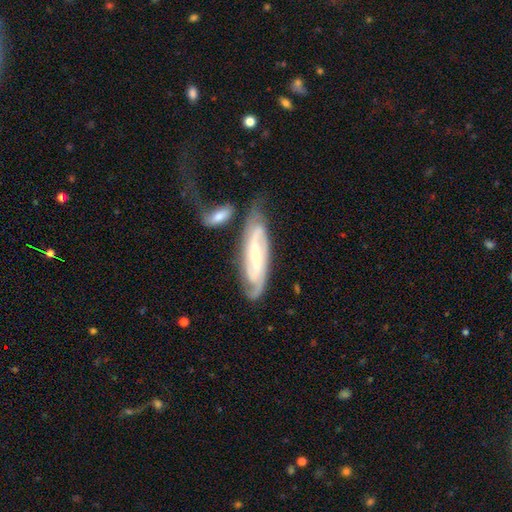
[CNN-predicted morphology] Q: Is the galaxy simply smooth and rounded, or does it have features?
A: featured or disk — 83%.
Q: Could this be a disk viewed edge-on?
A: no — 85%.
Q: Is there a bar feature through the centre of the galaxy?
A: strong — 38%.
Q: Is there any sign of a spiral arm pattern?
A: yes — 96%.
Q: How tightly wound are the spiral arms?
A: tight — 47%.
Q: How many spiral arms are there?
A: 2 — 66%.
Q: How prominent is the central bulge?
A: small — 59%.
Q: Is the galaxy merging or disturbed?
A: none — 61%.